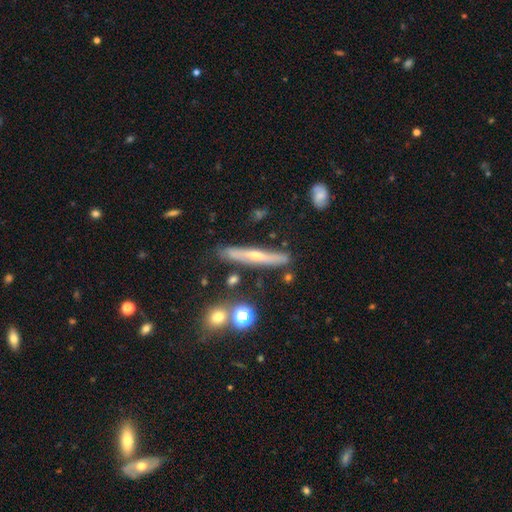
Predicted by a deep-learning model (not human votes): A featured or disk galaxy (58%) viewed edge-on (90%) with a rounded central bulge (70%).

Vote fractions:
- Smooth or featured? featured or disk: 58% / smooth: 33% / star or artifact: 8%
- Edge-on disk? yes: 90% / no: 10%
- Edge-on bulge? rounded: 70% / none: 26% / boxy: 4%
- Merging? none: 80% / minor disturbance: 13% / merger: 4% / major disturbance: 3%